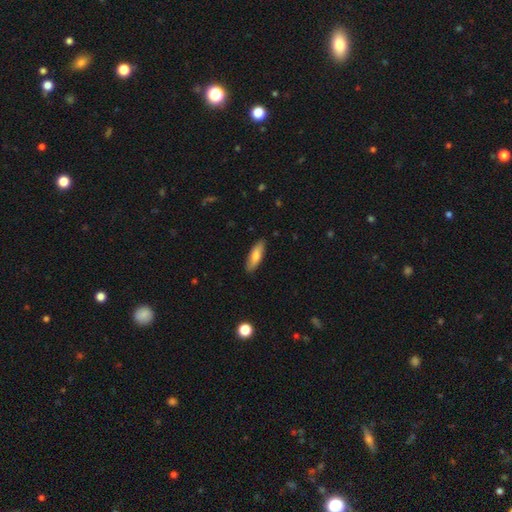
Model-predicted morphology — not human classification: Smooth or featured?
  - smooth: 76% *
  - featured or disk: 19%
  - star or artifact: 6%
How rounded?
  - in between: 57% *
  - cigar-shaped: 41%
  - round: 2%
Merging?
  - none: 87% *
  - minor disturbance: 10%
  - major disturbance: 2%
  - merger: 1%